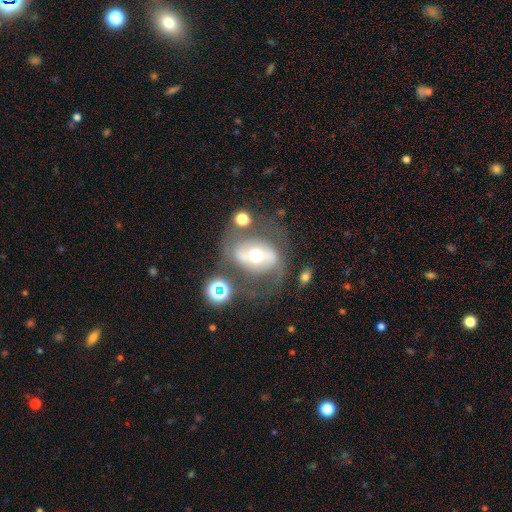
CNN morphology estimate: This is likely a featured or disk galaxy (64%). It is clearly not viewed edge-on (92%). Bar: marginally strong (39%). Spiral arm pattern: possibly no (52%). Central bulge: likely moderate (68%). Merging: possibly none (57%).